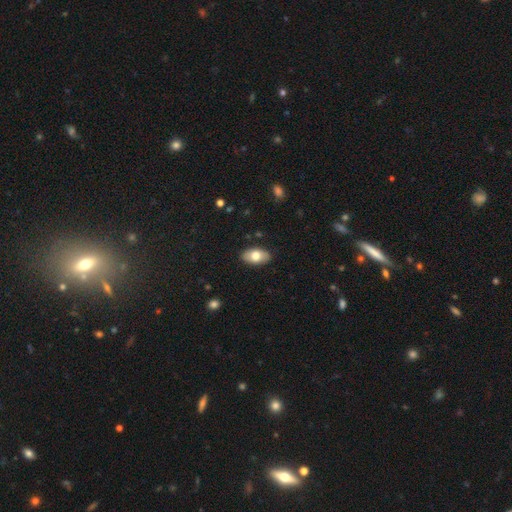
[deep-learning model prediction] A smooth galaxy with no disk features (75%) that is in between round and cigar-shaped (93%).

Vote fractions:
- Smooth or featured? smooth: 75% / featured or disk: 19% / star or artifact: 6%
- How rounded? in between: 93% / round: 5% / cigar-shaped: 2%
- Merging? none: 87% / minor disturbance: 10% / major disturbance: 2% / merger: 1%